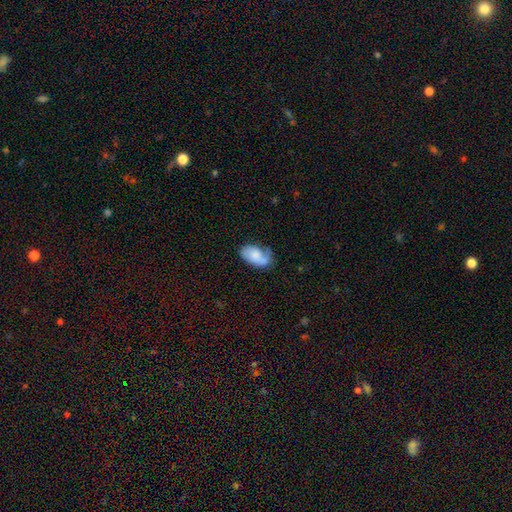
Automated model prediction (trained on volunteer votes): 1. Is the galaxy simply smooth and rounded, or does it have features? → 55% smooth, 38% featured or disk, 7% star or artifact.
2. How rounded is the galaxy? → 92% in between, 6% round, 2% cigar-shaped.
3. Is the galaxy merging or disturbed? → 47% none, 30% minor disturbance, 16% major disturbance, 7% merger.